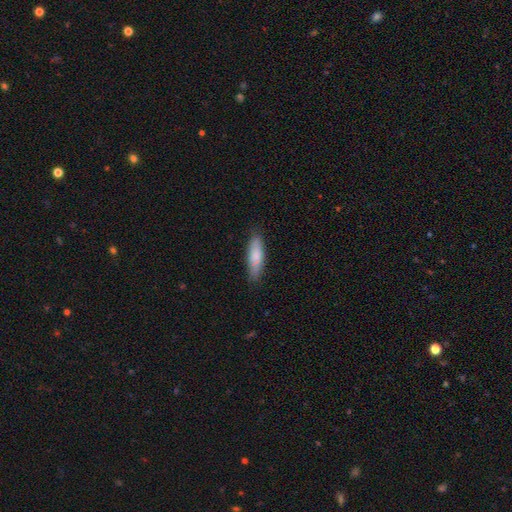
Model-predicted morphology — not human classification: Smooth or featured? smooth (78%)
How rounded? cigar-shaped (55%)
Merging? none (80%)